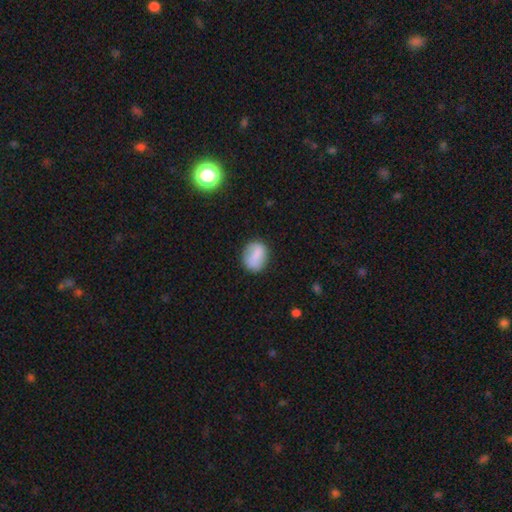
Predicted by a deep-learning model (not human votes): Smooth or featured?
  - smooth: 73% *
  - featured or disk: 19%
  - star or artifact: 8%
How rounded?
  - in between: 52% *
  - round: 46%
  - cigar-shaped: 2%
Merging?
  - none: 78% *
  - minor disturbance: 15%
  - major disturbance: 5%
  - merger: 2%